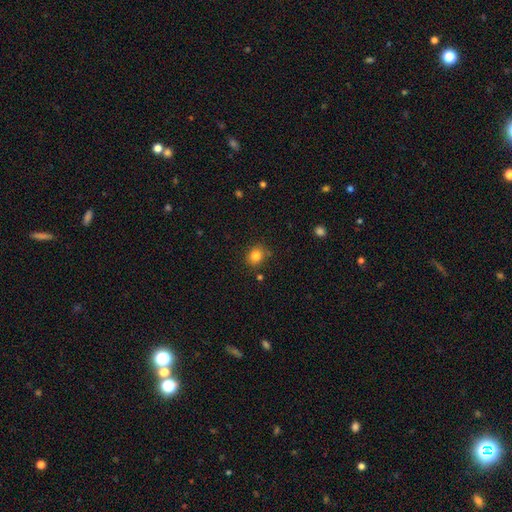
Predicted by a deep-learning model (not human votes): Smooth or featured: smooth — 83% (star or artifact — 11%)
How rounded: round — 68% (in between — 31%)
Merging: none — 81% (minor disturbance — 13%)